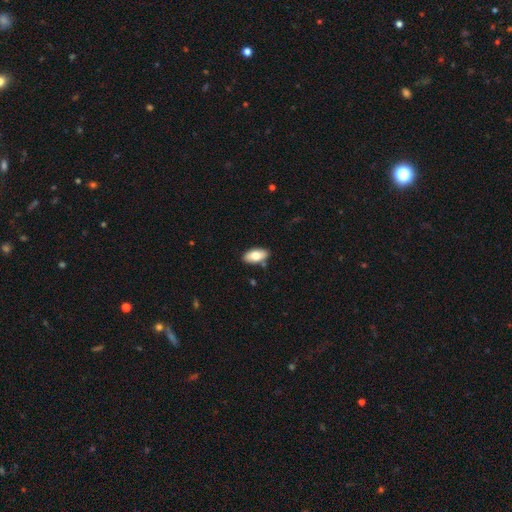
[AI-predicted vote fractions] smooth-or-featured: smooth: 76% | featured or disk: 17% | star or artifact: 7%
  how-rounded: in between: 93% | cigar-shaped: 4% | round: 3%
  merging: none: 84% | minor disturbance: 11% | merger: 3% | major disturbance: 2%